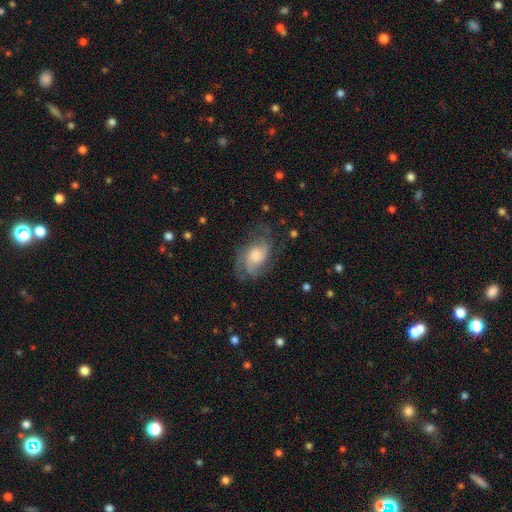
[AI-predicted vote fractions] smooth_or_featured: featured or disk (p=0.76) [alt: smooth p=0.16]
disk_edge_on: no (p=0.97) [alt: yes p=0.03]
bar: no (p=0.68) [alt: weak p=0.27]
has_spiral_arms: yes (p=0.94) [alt: no p=0.06]
spiral_winding: medium (p=0.46) [alt: tight p=0.35]
spiral_arm_count: 2 (p=0.31) [alt: 3 p=0.28]
bulge_size: moderate (p=0.43) [alt: large p=0.27]
merging: none (p=0.66) [alt: minor disturbance p=0.20]